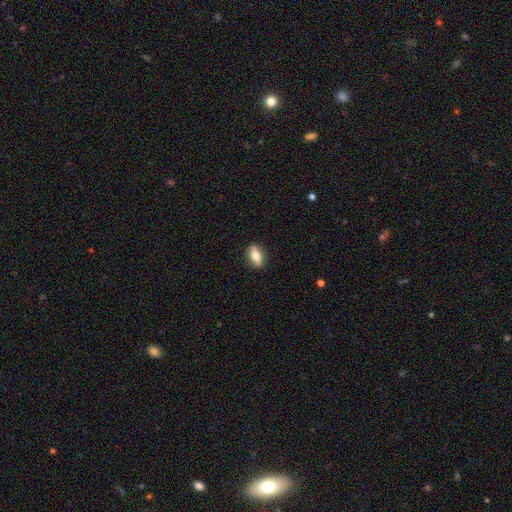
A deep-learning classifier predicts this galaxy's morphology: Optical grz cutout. It shows a smooth galaxy with no disk features (76%) that is in between round and cigar-shaped (79%). Merging: none (87%).